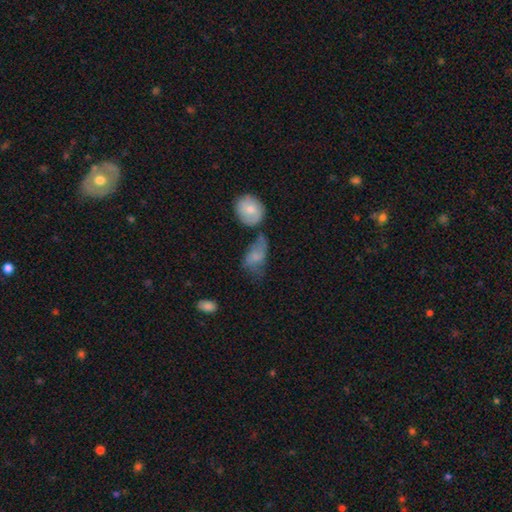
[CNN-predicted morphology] This appears to be a smooth galaxy with no disk features (61%) that is in between round and cigar-shaped (83%). Merging: none (27%).